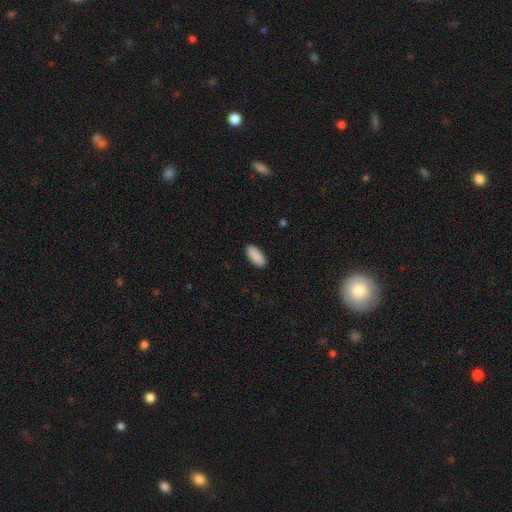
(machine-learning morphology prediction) This is clearly a smooth galaxy (91%). How rounded: clearly in between (86%). Merging: clearly none (90%).